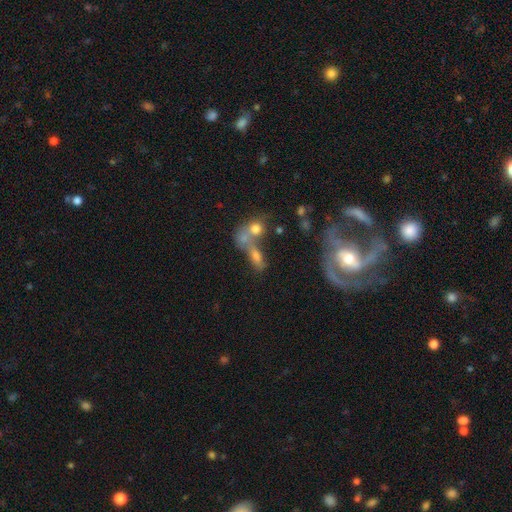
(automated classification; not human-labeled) Smooth or featured?
  - smooth: 60% *
  - featured or disk: 23%
  - star or artifact: 16%
How rounded?
  - in between: 67% *
  - cigar-shaped: 18%
  - round: 15%
Merging?
  - merger: 54% *
  - none: 26%
  - minor disturbance: 10%
  - major disturbance: 10%